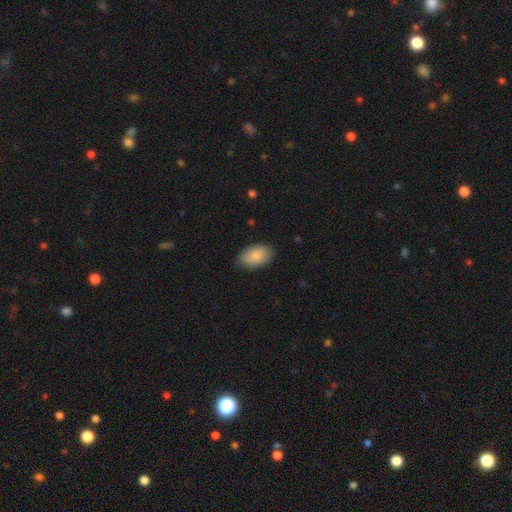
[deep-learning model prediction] Q: Smooth or featured?
A: smooth (87%); runner-up: featured or disk (7%)
Q: How rounded?
A: in between (93%); runner-up: round (5%)
Q: Merging?
A: none (83%); runner-up: minor disturbance (14%)